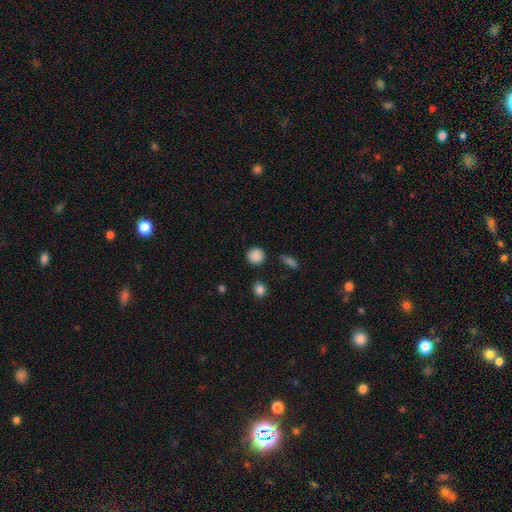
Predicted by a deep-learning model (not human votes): Overall: smooth (86%). How rounded: round (90%). Merging: none (84%).